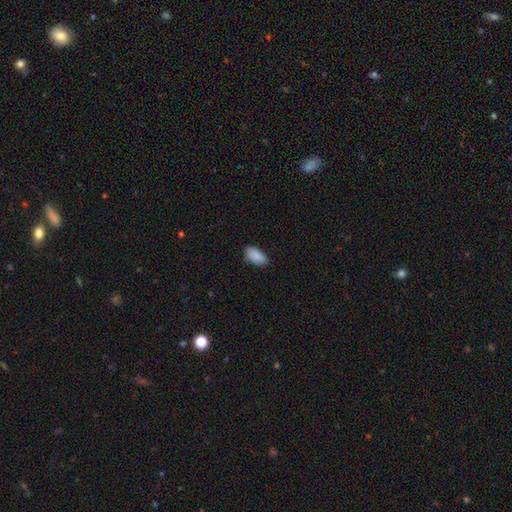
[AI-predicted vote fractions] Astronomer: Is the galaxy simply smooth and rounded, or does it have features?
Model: smooth — 89%.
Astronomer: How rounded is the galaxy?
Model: in between — 94%.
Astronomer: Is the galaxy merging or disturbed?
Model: none — 81%.